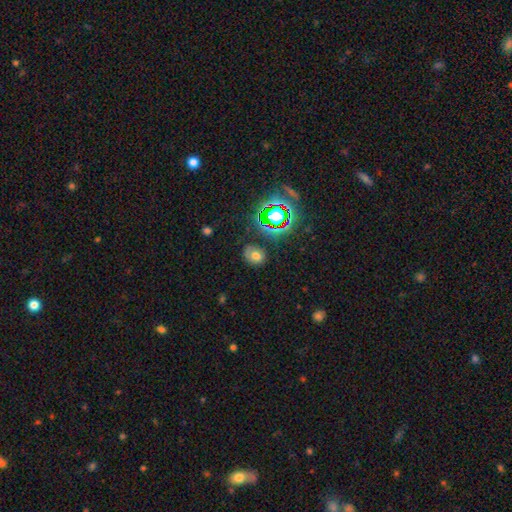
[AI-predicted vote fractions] A smooth galaxy with no disk features (62%) that is in between round and cigar-shaped (55%). Merging: none (67%).